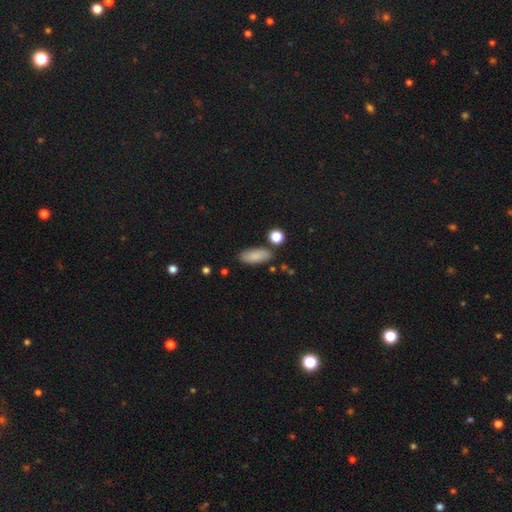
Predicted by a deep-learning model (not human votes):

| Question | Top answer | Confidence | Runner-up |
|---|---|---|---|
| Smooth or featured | smooth | 85% | featured or disk (8%) |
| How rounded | in between | 79% | cigar-shaped (18%) |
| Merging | none | 81% | minor disturbance (12%) |